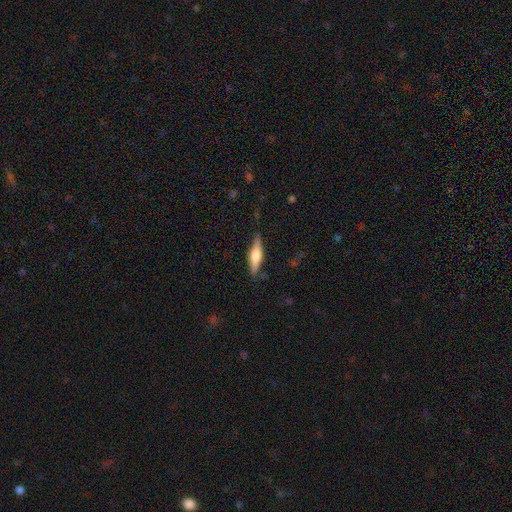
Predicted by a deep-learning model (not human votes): A smooth galaxy with no disk features (48%).

Vote fractions:
- Smooth or featured? smooth: 48% / featured or disk: 47% / star or artifact: 6%
- Merging? none: 82% / minor disturbance: 13% / major disturbance: 3% / merger: 1%